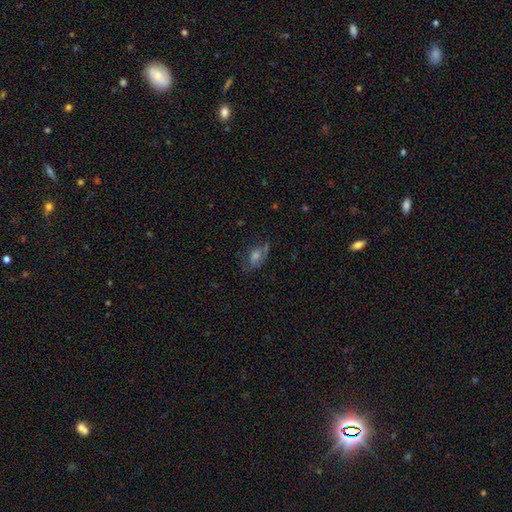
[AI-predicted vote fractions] Overall: featured or disk (46%; smooth 34%). Merging: none (62%).